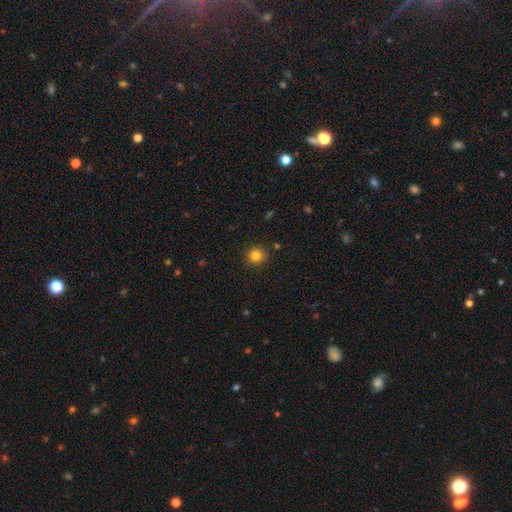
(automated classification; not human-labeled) Smooth or featured? smooth (82%)
How rounded? round (91%)
Merging? none (90%)